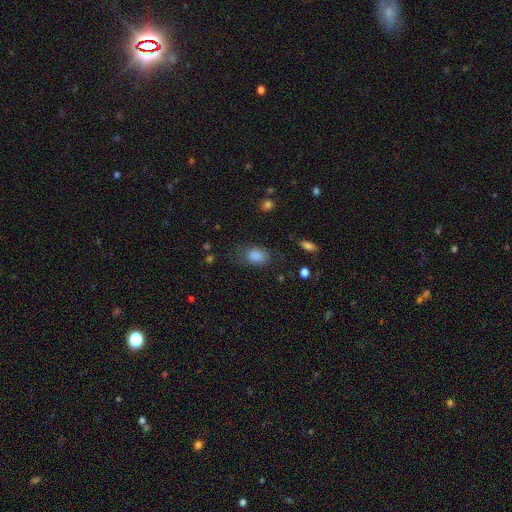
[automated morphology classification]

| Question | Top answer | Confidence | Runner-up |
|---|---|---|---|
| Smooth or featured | smooth | 85% | star or artifact (9%) |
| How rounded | in between | 81% | round (17%) |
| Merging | none | 67% | minor disturbance (22%) |